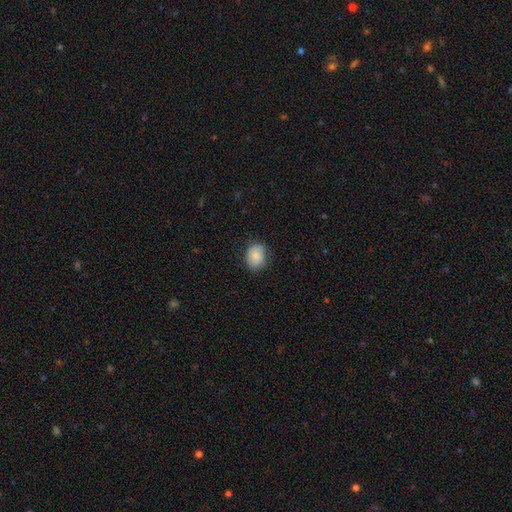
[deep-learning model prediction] Smooth or featured: smooth — 84% (featured or disk — 8%)
How rounded: in between — 51% (round — 48%)
Merging: none — 76% (minor disturbance — 19%)